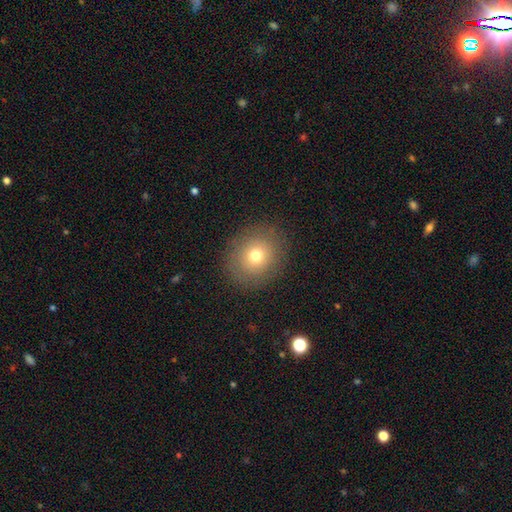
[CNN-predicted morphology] smooth-or-featured: smooth: 72% | featured or disk: 15% | star or artifact: 13%
  how-rounded: round: 74% | in between: 25% | cigar-shaped: 1%
  merging: none: 87% | minor disturbance: 8% | major disturbance: 4% | merger: 1%